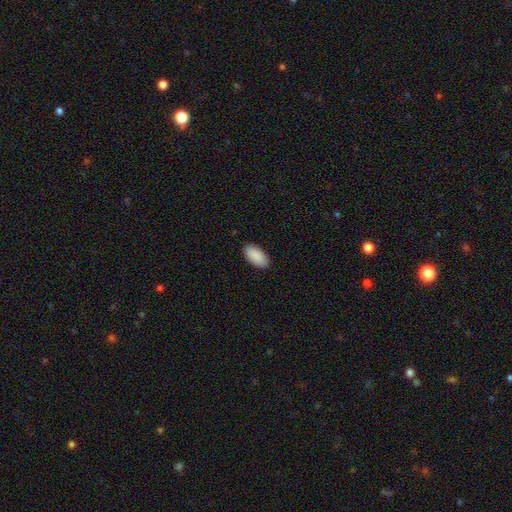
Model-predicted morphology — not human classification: type=smooth (91%); roundness=in between (95%); merging=none (89%).